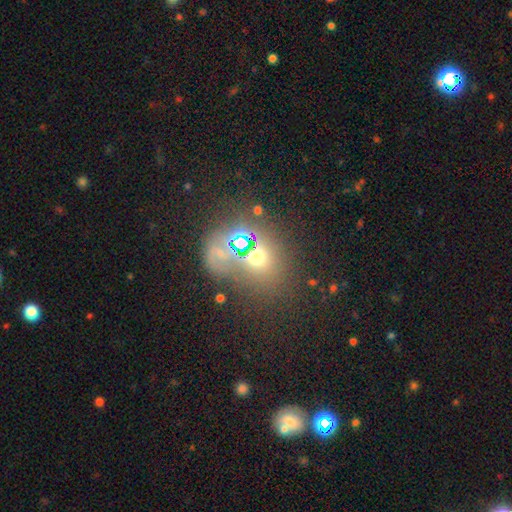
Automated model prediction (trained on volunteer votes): smooth-or-featured: smooth: 48% | star or artifact: 39% | featured or disk: 14%
  merging: none: 66% | merger: 15% | minor disturbance: 12% | major disturbance: 8%